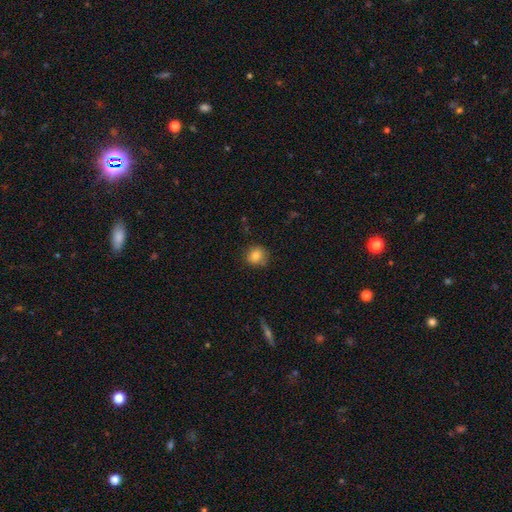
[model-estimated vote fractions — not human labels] smooth_or_featured: smooth (p=0.82) [alt: star or artifact p=0.10]
how_rounded: round (p=0.83) [alt: in between p=0.16]
merging: none (p=0.80) [alt: minor disturbance p=0.15]